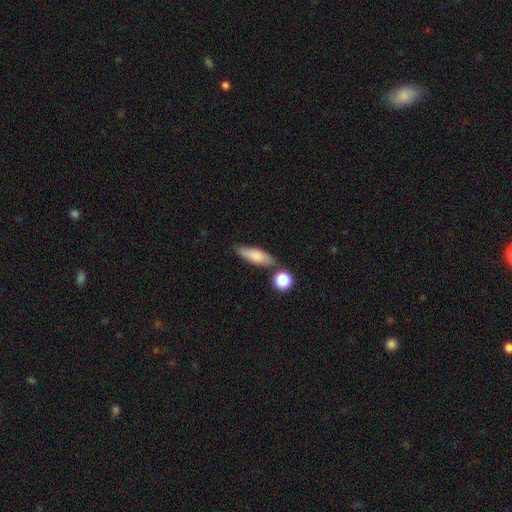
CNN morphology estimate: Q: Smooth or featured?
A: smooth (78%); runner-up: featured or disk (15%)
Q: How rounded?
A: in between (57%); runner-up: cigar-shaped (39%)
Q: Merging?
A: none (69%); runner-up: minor disturbance (16%)